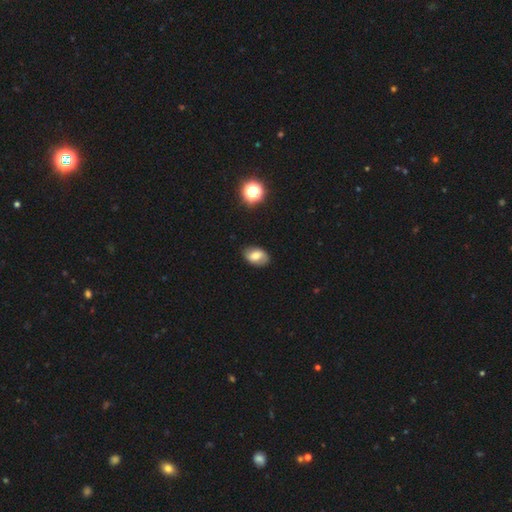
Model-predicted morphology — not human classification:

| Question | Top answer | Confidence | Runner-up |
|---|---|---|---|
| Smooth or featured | smooth | 65% | featured or disk (26%) |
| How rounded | in between | 87% | round (12%) |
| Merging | none | 83% | minor disturbance (13%) |